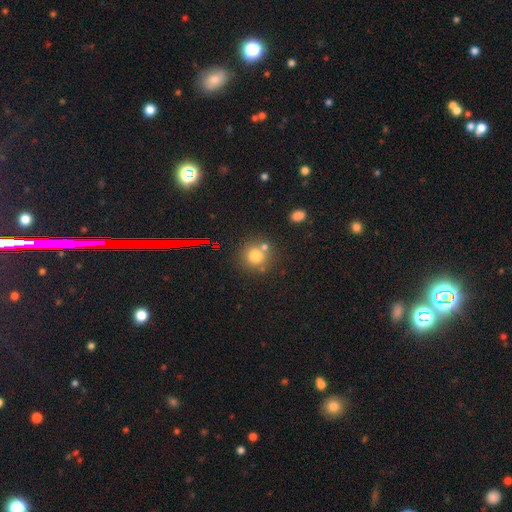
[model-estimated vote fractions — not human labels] smooth_or_featured: smooth (p=0.74) [alt: star or artifact p=0.16]
how_rounded: round (p=0.90) [alt: in between p=0.09]
merging: none (p=0.66) [alt: merger p=0.21]